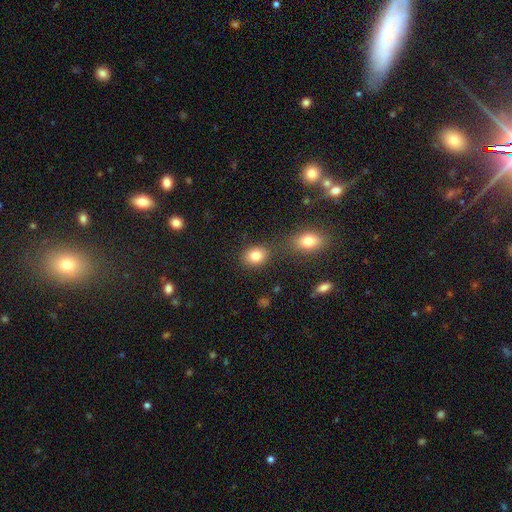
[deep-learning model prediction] smooth 83%, star or artifact 10%, featured or disk 7%. Down the decision tree: how rounded — in between (54%); merging — none (74%).